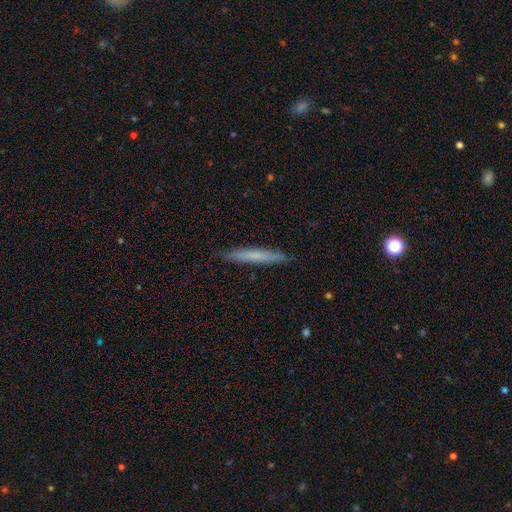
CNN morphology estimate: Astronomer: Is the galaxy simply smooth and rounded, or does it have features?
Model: smooth — 63%.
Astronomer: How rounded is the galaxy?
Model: cigar-shaped — 96%.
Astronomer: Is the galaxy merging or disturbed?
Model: none — 89%.